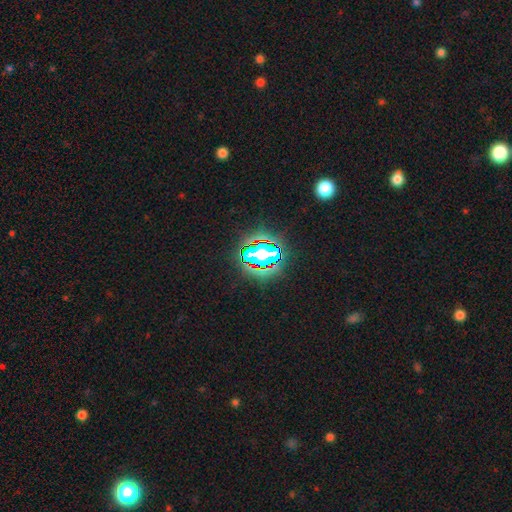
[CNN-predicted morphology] smooth_or_featured: star or artifact (p=0.80) [alt: smooth p=0.12]